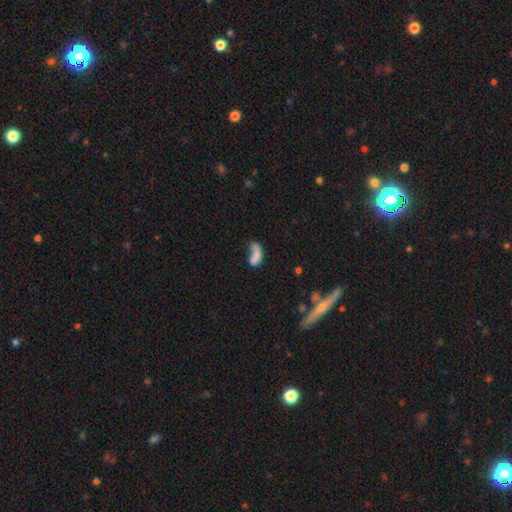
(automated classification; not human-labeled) Smooth or featured?
  - smooth: 65% *
  - featured or disk: 24%
  - star or artifact: 12%
How rounded?
  - in between: 79% *
  - cigar-shaped: 14%
  - round: 7%
Merging?
  - merger: 33% *
  - major disturbance: 28%
  - none: 24%
  - minor disturbance: 16%